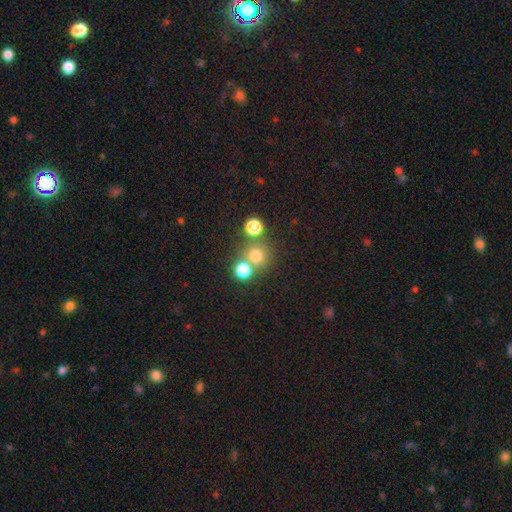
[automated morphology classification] Smooth or featured: smooth — 72% (star or artifact — 19%)
How rounded: round — 90% (in between — 9%)
Merging: none — 66% (merger — 24%)